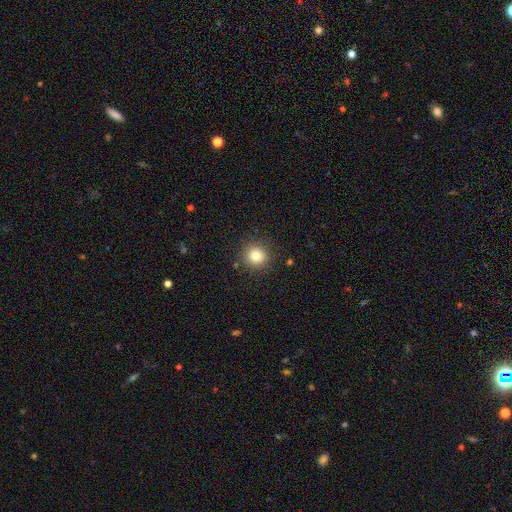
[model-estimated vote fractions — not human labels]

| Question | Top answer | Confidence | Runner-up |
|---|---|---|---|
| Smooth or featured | smooth | 82% | star or artifact (12%) |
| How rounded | round | 92% | in between (7%) |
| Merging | none | 89% | minor disturbance (7%) |